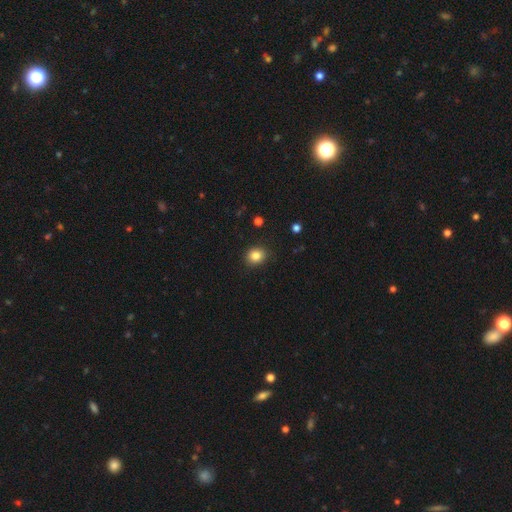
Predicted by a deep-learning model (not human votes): This appears to be a smooth galaxy with no disk features (84%) that is round (72%). Merging: none (89%).